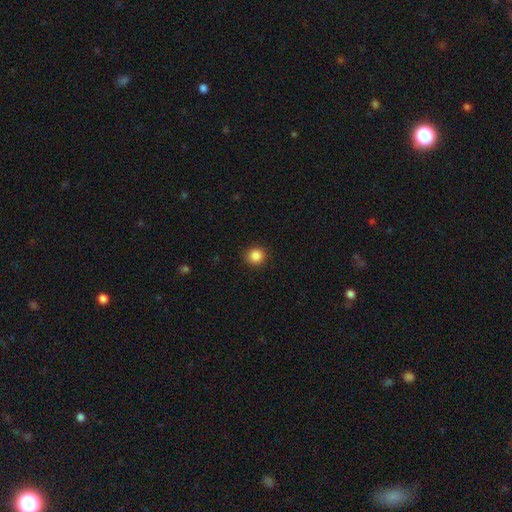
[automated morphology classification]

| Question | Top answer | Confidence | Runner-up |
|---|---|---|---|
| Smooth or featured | smooth | 87% | star or artifact (10%) |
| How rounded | round | 91% | in between (8%) |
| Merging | none | 91% | minor disturbance (6%) |